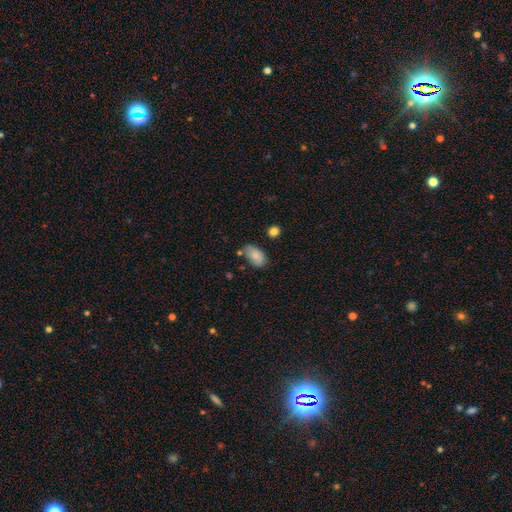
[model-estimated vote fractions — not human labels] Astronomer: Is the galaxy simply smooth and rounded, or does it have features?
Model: smooth — 85%.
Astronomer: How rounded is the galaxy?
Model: in between — 92%.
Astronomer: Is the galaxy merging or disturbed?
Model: none — 62%.